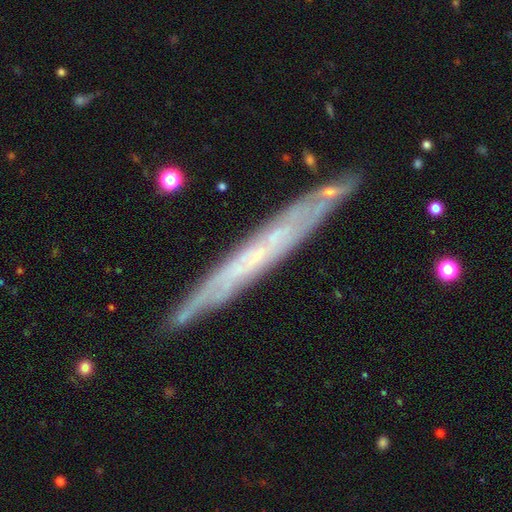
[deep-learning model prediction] Smooth or featured: featured or disk — 70% (smooth — 23%)
Edge-on disk: yes — 81% (no — 19%)
Edge-on bulge: none — 83% (rounded — 13%)
Merging: none — 85% (minor disturbance — 11%)